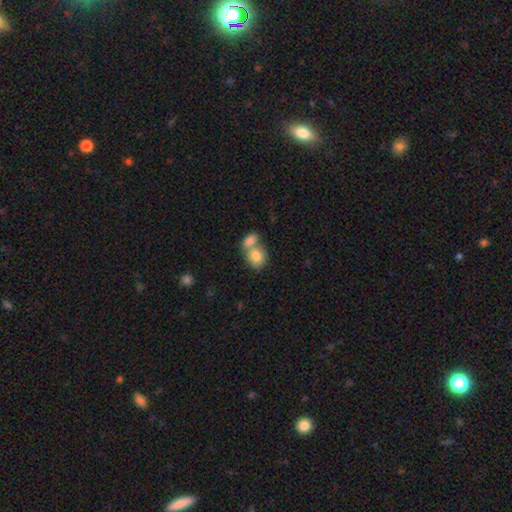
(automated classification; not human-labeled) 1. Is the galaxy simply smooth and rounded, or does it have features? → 81% smooth, 12% featured or disk, 7% star or artifact.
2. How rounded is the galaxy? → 54% round, 45% in between, 1% cigar-shaped.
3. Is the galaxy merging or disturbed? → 61% merger, 29% none, 8% minor disturbance, 3% major disturbance.